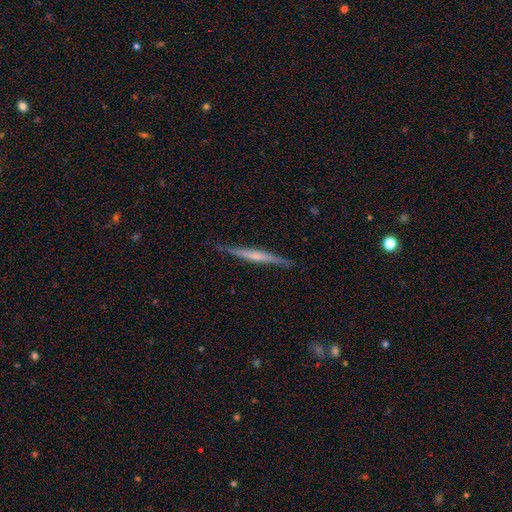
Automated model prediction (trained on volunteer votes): Overall: featured or disk (67%; smooth 27%). Edge-on disk: yes (98%). Edge-on bulge: rounded (50%; none 40%). Merging: none (87%).